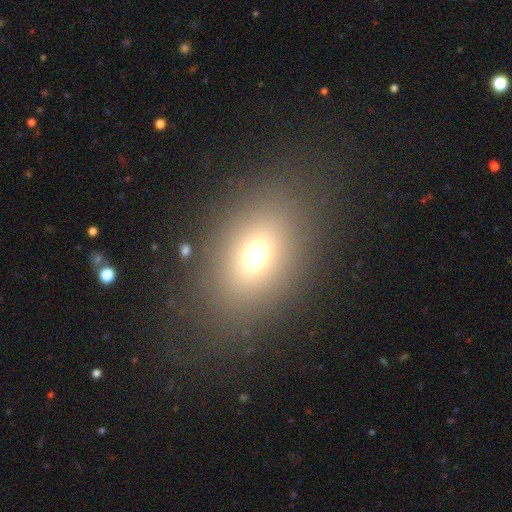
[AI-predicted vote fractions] Smooth or featured? Predicted: smooth (p=0.68). How rounded? Predicted: in between (p=0.68). Merging? Predicted: none (p=0.82).